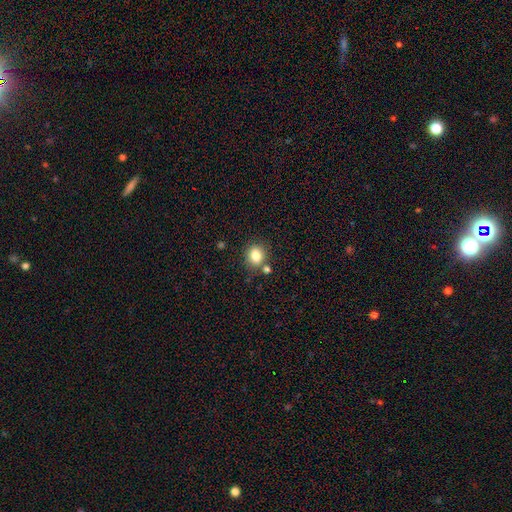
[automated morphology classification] This appears to be a smooth galaxy with no disk features (83%) that is round (59%). Merging: none (74%).